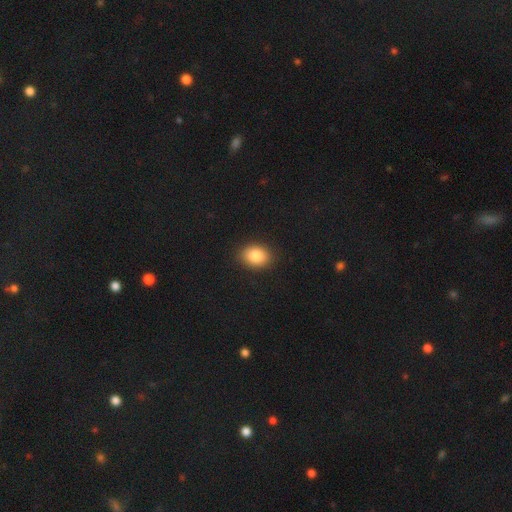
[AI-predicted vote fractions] Q: Smooth or featured?
A: smooth (85%); runner-up: star or artifact (9%)
Q: How rounded?
A: in between (69%); runner-up: round (30%)
Q: Merging?
A: none (89%); runner-up: minor disturbance (8%)